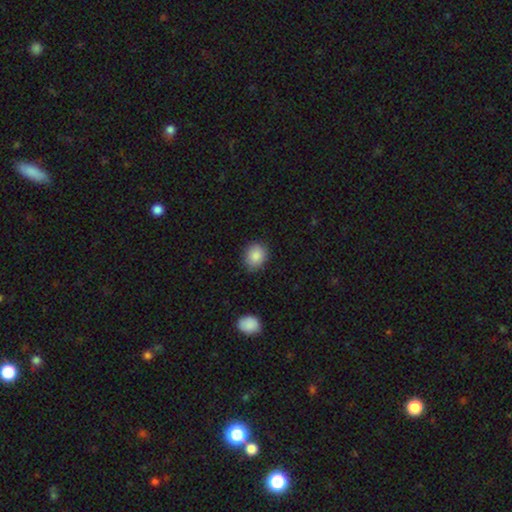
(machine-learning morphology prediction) This is clearly a smooth galaxy (87%). How rounded: likely round (62%). Merging: clearly none (83%).